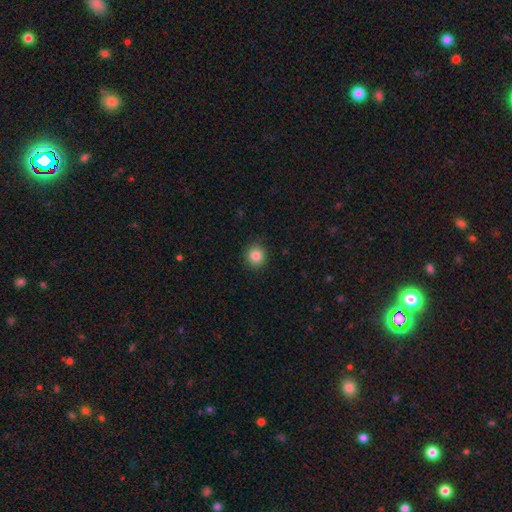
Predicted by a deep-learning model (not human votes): This appears to be a smooth galaxy with no disk features (86%) that is round (90%). Merging: none (89%).